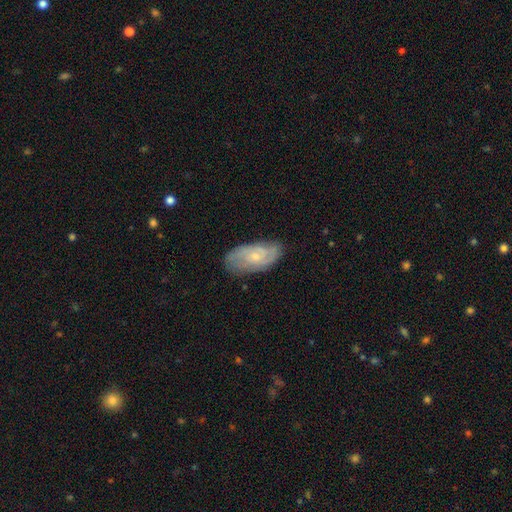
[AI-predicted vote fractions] Q: Smooth or featured?
A: featured or disk (59%); runner-up: smooth (35%)
Q: Edge-on disk?
A: no (92%); runner-up: yes (8%)
Q: Bar?
A: no (74%); runner-up: weak (23%)
Q: Spiral arms?
A: yes (82%); runner-up: no (18%)
Q: Bulge size?
A: small (67%); runner-up: moderate (27%)
Q: Merging?
A: none (71%); runner-up: minor disturbance (23%)